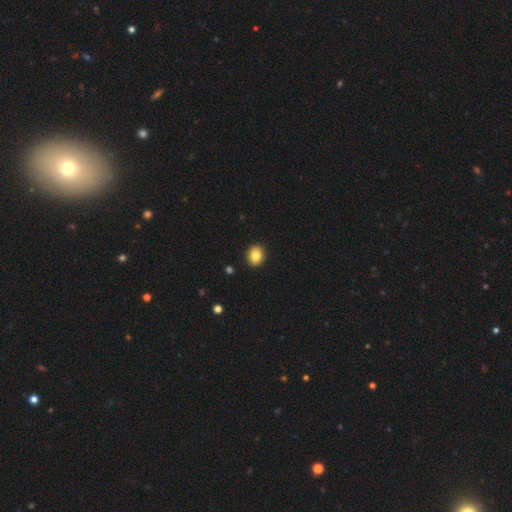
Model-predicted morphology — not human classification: This appears to be a smooth galaxy with no disk features (83%) that is round (69%). Merging: none (91%).